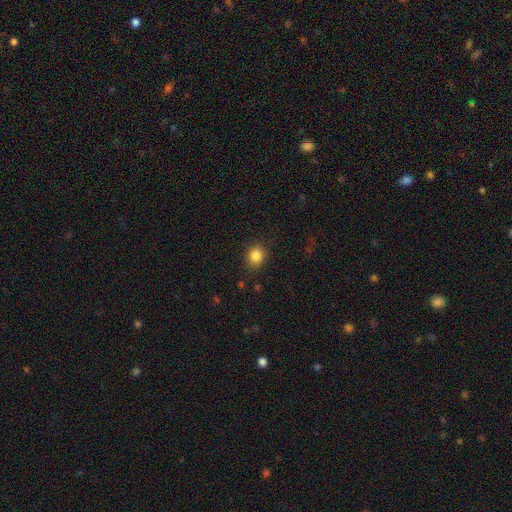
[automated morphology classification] A smooth galaxy with no disk features (85%) that is round (73%).

Vote fractions:
- Smooth or featured? smooth: 85% / star or artifact: 11% / featured or disk: 5%
- How rounded? round: 73% / in between: 26% / cigar-shaped: 1%
- Merging? none: 86% / minor disturbance: 9% / major disturbance: 3% / merger: 1%